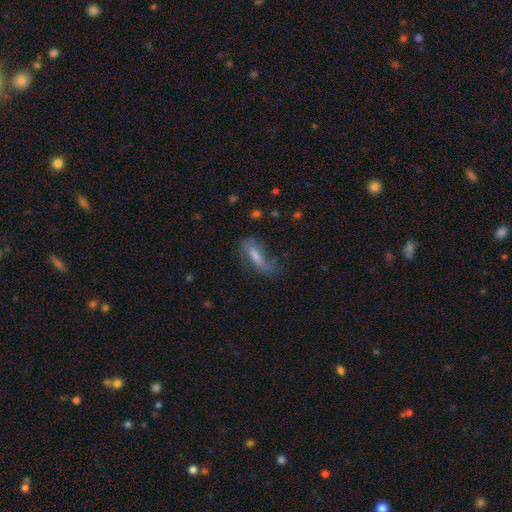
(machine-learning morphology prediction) Smooth or featured: smooth — 45% (tied with featured or disk — 45%)
Merging: none — 45% (minor disturbance — 27%)